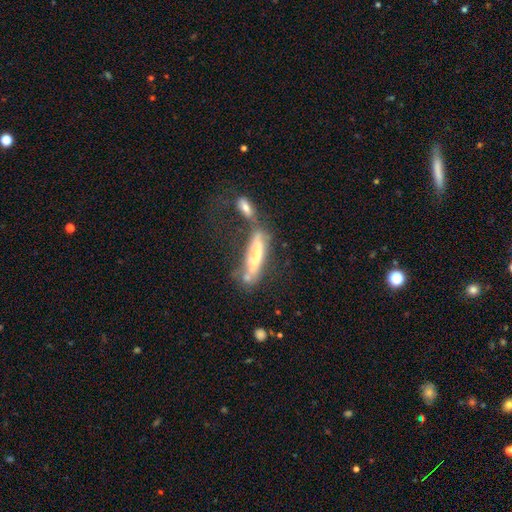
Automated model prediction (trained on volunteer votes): This is possibly a featured or disk galaxy (50%). Merging: marginally merger (37%).